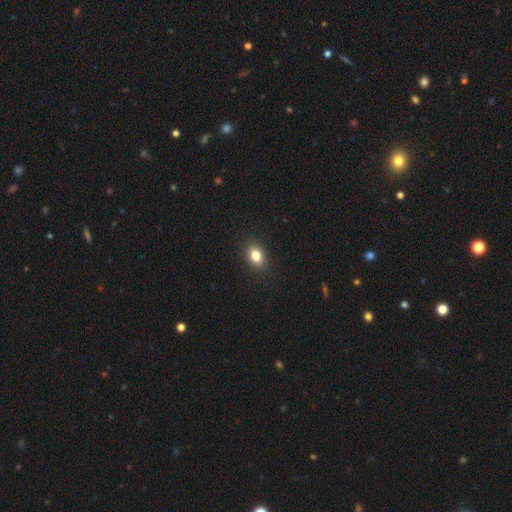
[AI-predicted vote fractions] This appears to be a smooth galaxy with no disk features (83%) that is in between round and cigar-shaped (74%). Merging: none (89%).